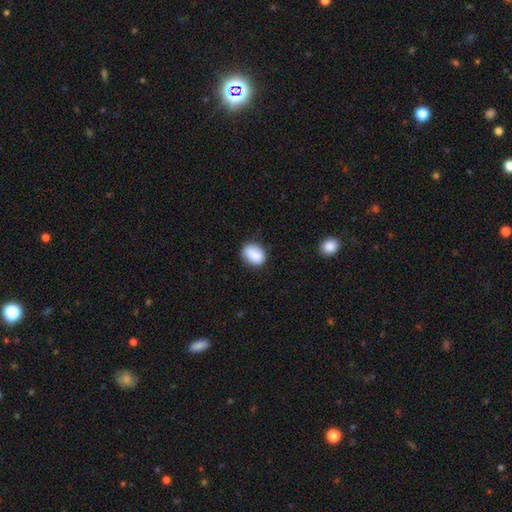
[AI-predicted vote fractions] smooth-or-featured: smooth: 87% | star or artifact: 7% | featured or disk: 5%
  how-rounded: in between: 66% | round: 33% | cigar-shaped: 1%
  merging: none: 80% | minor disturbance: 15% | major disturbance: 3% | merger: 1%